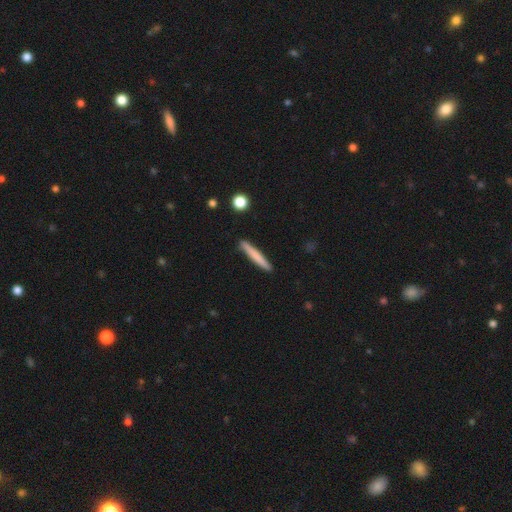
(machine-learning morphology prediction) Smooth or featured? smooth (73%)
How rounded? cigar-shaped (96%)
Merging? none (90%)